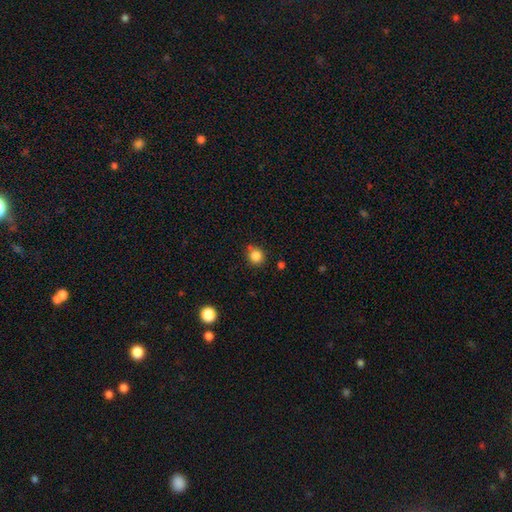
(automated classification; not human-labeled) smooth 84%, star or artifact 11%, featured or disk 5%. Down the decision tree: how rounded — round (85%); merging — none (74%).